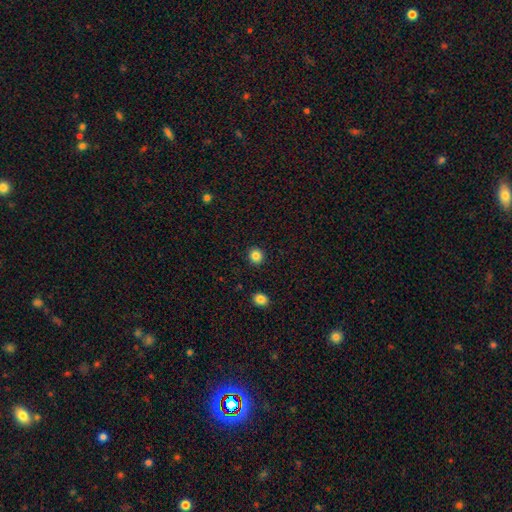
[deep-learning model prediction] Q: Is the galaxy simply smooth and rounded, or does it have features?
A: smooth — 85%.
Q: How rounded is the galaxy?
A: round — 88%.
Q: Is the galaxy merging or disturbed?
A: none — 92%.